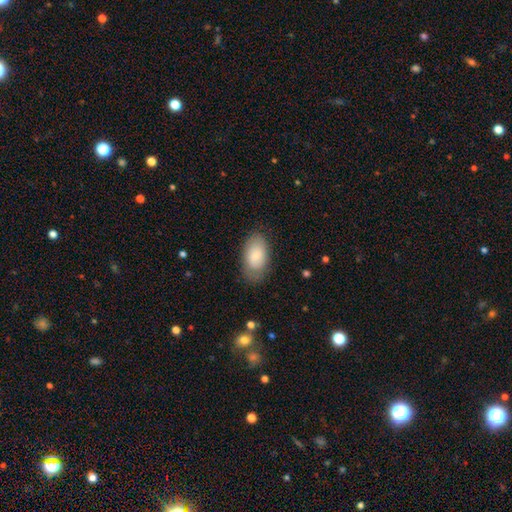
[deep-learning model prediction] This is clearly a smooth galaxy (81%). How rounded: clearly in between (95%). Merging: likely none (76%).